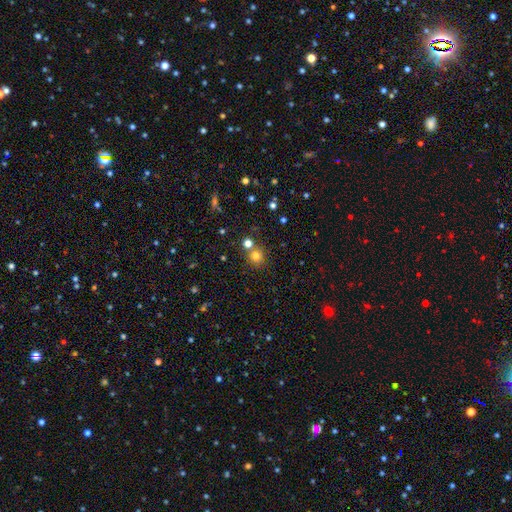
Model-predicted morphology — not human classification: Q: Smooth or featured?
A: smooth (75%); runner-up: star or artifact (18%)
Q: How rounded?
A: round (90%); runner-up: in between (9%)
Q: Merging?
A: none (72%); runner-up: merger (18%)